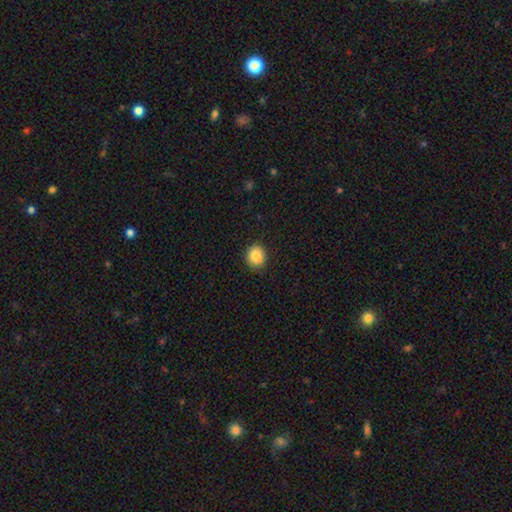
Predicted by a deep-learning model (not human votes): Q: Smooth or featured?
A: smooth (85%); runner-up: star or artifact (9%)
Q: How rounded?
A: round (78%); runner-up: in between (21%)
Q: Merging?
A: none (87%); runner-up: minor disturbance (9%)